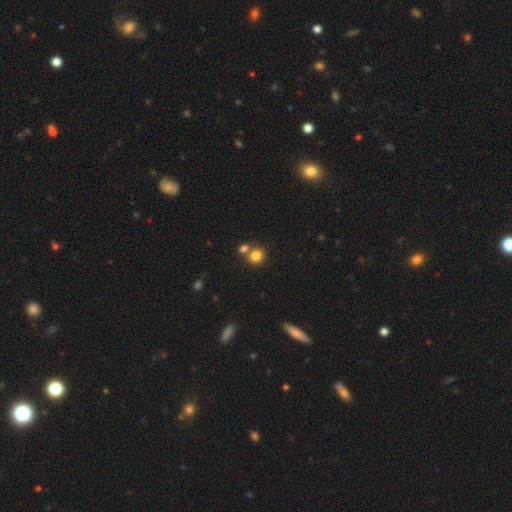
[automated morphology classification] smooth-or-featured: smooth: 82% | star or artifact: 11% | featured or disk: 7%
  how-rounded: round: 81% | in between: 18% | cigar-shaped: 1%
  merging: none: 60% | merger: 29% | minor disturbance: 8% | major disturbance: 3%